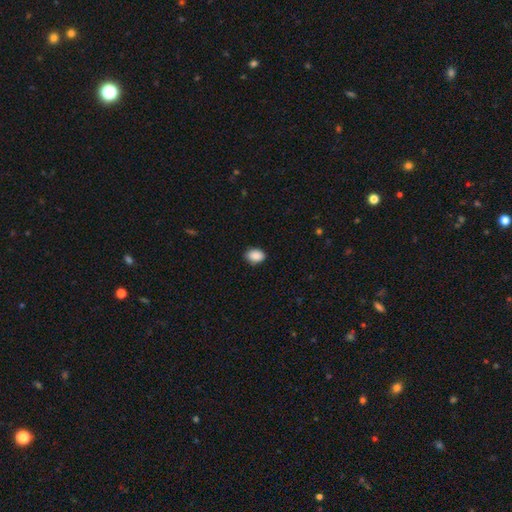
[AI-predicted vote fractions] The model was most divided on "how rounded": in between: 73%, round: 26%, cigar-shaped: 1%. More confident: smooth or featured — smooth (90%); merging — none (86%).